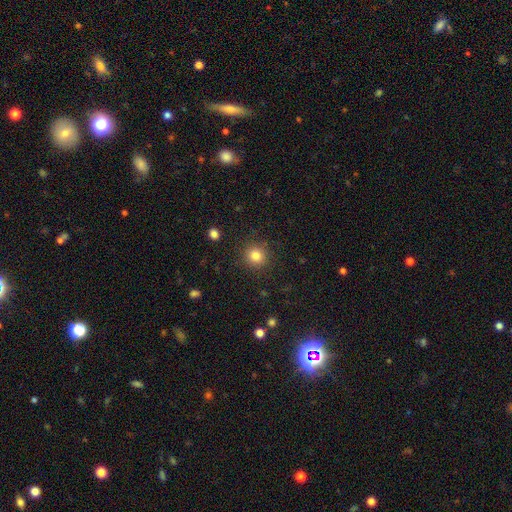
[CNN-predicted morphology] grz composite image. It shows a smooth galaxy with no disk features (82%) that is round (92%). Merging: none (90%).